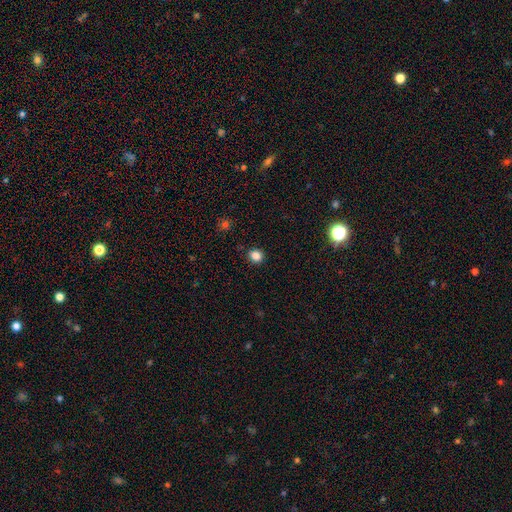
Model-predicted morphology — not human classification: Smooth or featured: smooth — 83% (star or artifact — 13%)
How rounded: round — 84% (in between — 15%)
Merging: none — 90% (minor disturbance — 7%)